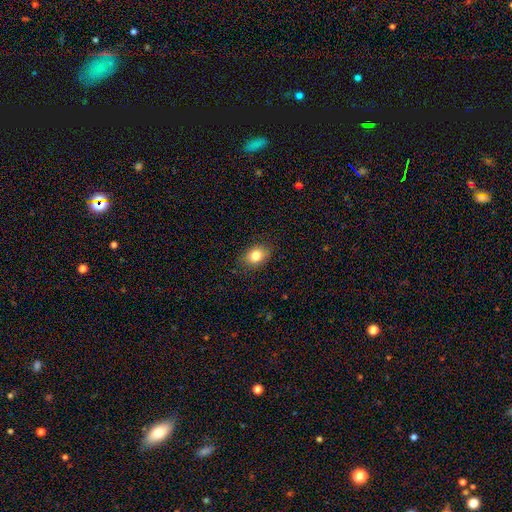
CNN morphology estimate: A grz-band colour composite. It shows a smooth galaxy with no disk features (83%) that is in between round and cigar-shaped (72%). Merging: none (85%).